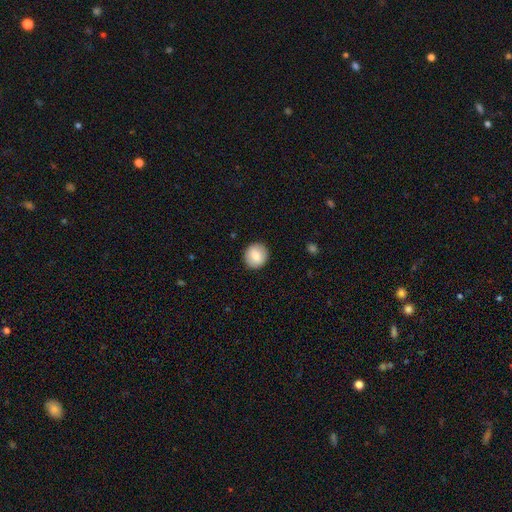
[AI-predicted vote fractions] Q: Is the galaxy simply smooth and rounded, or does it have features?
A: smooth — 80%.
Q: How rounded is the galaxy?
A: round — 90%.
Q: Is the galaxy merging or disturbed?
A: none — 91%.